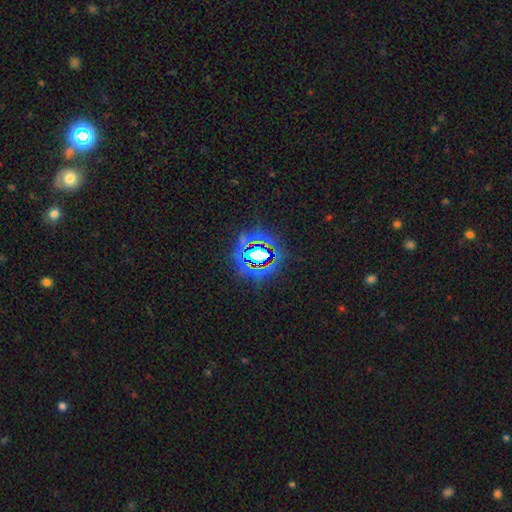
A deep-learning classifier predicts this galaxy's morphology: The model was most divided on "smooth or featured": star or artifact: 77%, smooth: 13%, featured or disk: 10%.